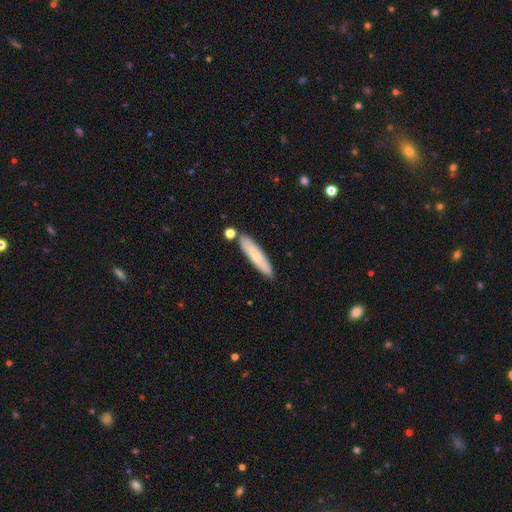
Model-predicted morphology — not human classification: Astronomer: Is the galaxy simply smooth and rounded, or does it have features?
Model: smooth — 67%.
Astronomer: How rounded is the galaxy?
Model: cigar-shaped — 81%.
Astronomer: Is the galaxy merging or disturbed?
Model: none — 81%.